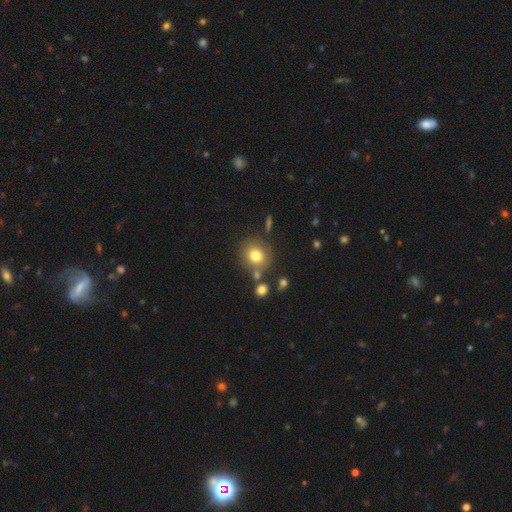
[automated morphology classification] This appears to be a smooth galaxy with no disk features (77%) that is round (82%). Merging: none (76%).